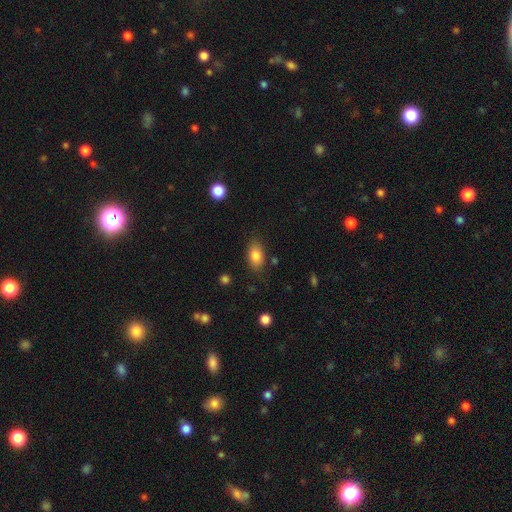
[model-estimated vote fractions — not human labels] The model was most divided on "merging": none: 80%, minor disturbance: 14%, major disturbance: 4%, merger: 2%. More confident: how rounded — in between (87%); smooth or featured — smooth (82%).